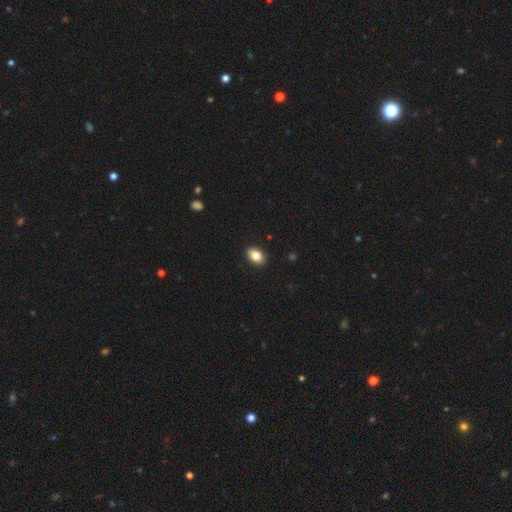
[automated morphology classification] Q: Smooth or featured?
A: smooth (85%); runner-up: star or artifact (8%)
Q: How rounded?
A: in between (84%); runner-up: round (15%)
Q: Merging?
A: none (90%); runner-up: minor disturbance (7%)